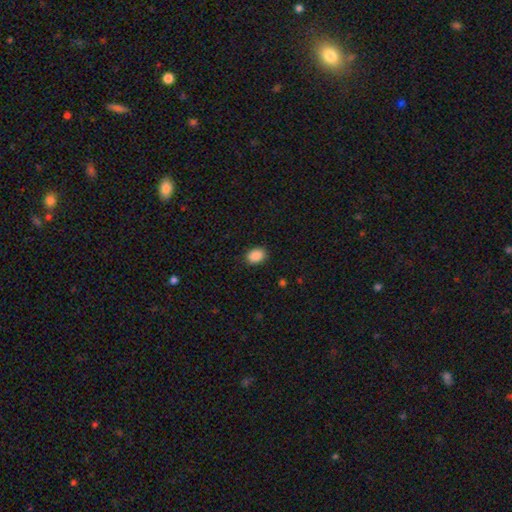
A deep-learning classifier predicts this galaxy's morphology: smooth-or-featured: smooth: 90% | star or artifact: 8% | featured or disk: 2%
  how-rounded: in between: 73% | round: 26% | cigar-shaped: 1%
  merging: none: 88% | minor disturbance: 9% | major disturbance: 2% | merger: 1%